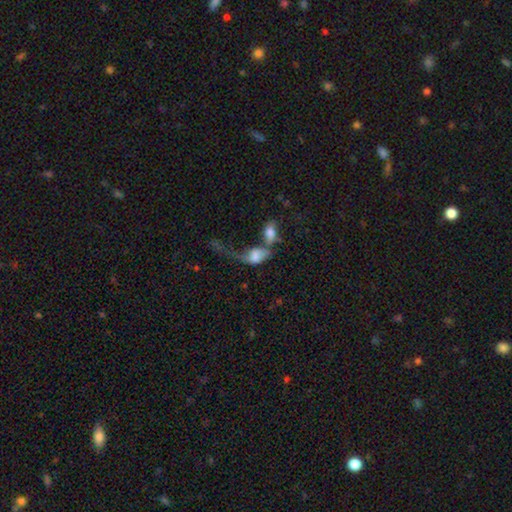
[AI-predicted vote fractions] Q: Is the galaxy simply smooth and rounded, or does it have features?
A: smooth — 58%.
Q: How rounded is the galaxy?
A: in between — 83%.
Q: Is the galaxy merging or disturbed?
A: merger — 53%.